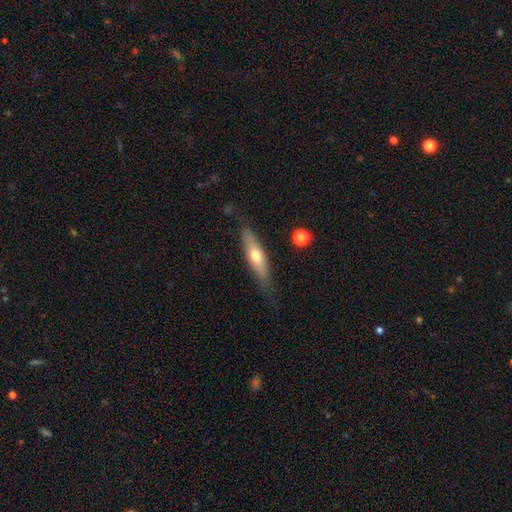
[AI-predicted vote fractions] Smooth or featured? smooth (51%)
How rounded? cigar-shaped (72%)
Merging? none (76%)